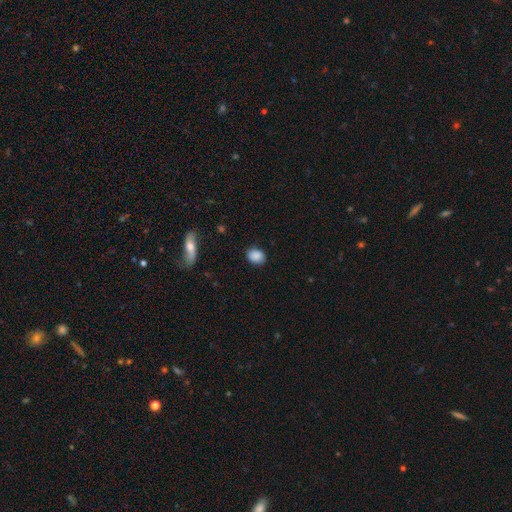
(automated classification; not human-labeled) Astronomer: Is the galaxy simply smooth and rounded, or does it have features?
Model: smooth — 88%.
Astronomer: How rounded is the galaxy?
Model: in between — 58% (runner-up: round, 40%).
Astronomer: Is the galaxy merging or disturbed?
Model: none — 85%.